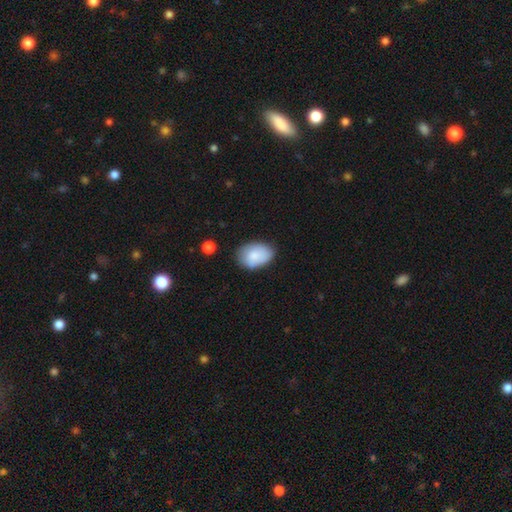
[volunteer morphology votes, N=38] This is clearly a smooth galaxy (89%). How rounded: clearly in between (97%). Merging: likely none (61%).